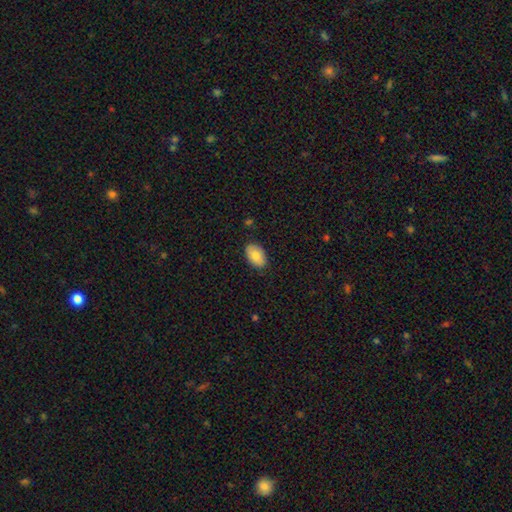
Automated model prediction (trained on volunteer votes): Smooth or featured? Predicted: smooth (p=0.82). How rounded? Predicted: in between (p=0.91). Merging? Predicted: none (p=0.86).